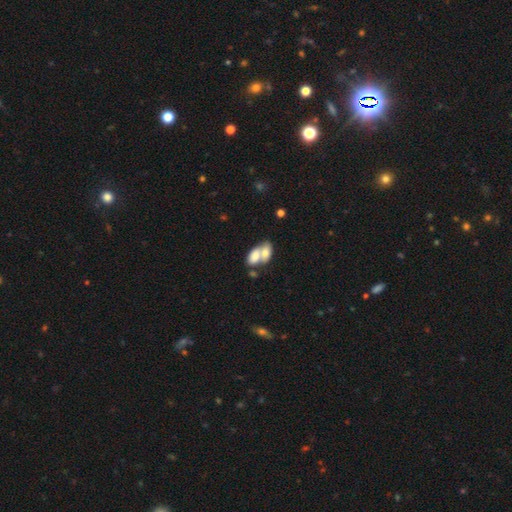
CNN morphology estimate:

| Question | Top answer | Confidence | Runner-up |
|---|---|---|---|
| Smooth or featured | smooth | 73% | featured or disk (20%) |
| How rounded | in between | 89% | round (9%) |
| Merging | merger | 72% | none (17%) |